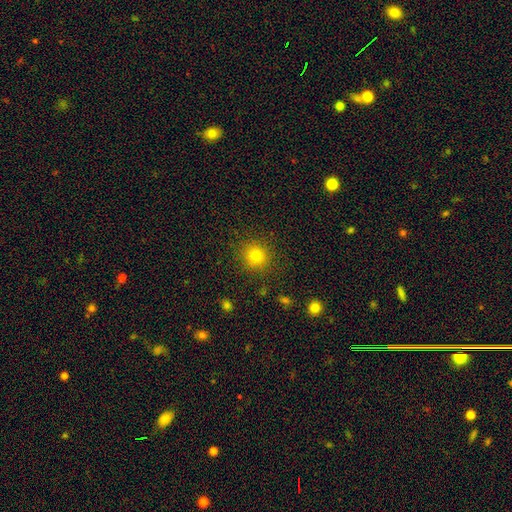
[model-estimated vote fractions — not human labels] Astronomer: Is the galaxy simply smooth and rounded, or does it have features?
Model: smooth — 79%.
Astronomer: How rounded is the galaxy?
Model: round — 92%.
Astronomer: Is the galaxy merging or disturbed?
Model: none — 89%.